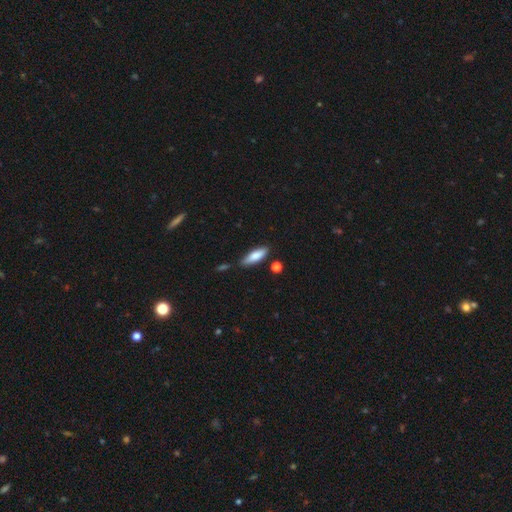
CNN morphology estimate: Smooth or featured? Predicted: smooth (p=0.80). How rounded? Predicted: cigar-shaped (p=0.52). Merging? Predicted: none (p=0.77).